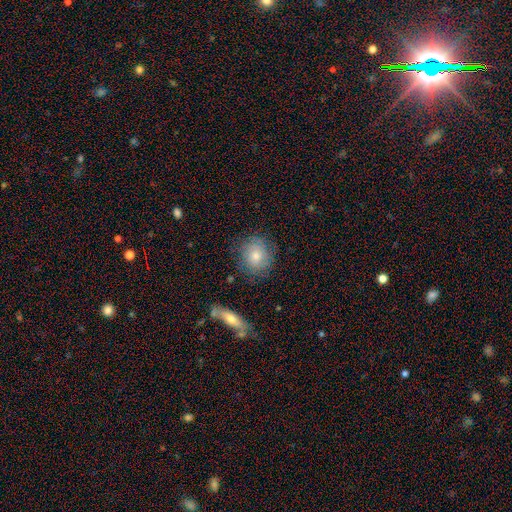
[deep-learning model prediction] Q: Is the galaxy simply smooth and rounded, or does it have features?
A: smooth — 67%.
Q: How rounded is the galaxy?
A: round — 80%.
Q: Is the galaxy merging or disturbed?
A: none — 81%.